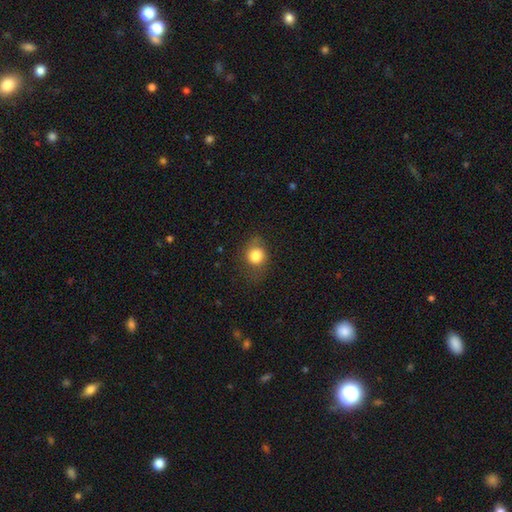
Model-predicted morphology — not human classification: Smooth or featured: smooth — 80% (featured or disk — 10%)
How rounded: round — 68% (in between — 31%)
Merging: none — 62% (minor disturbance — 24%)